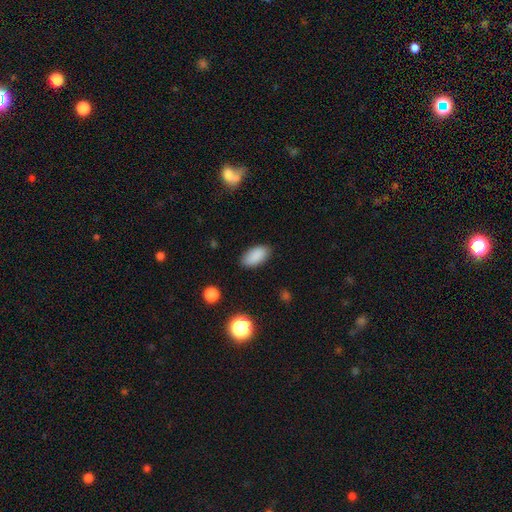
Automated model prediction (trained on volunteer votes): A smooth galaxy with no disk features (88%) that is in between round and cigar-shaped (93%).

Vote fractions:
- Smooth or featured? smooth: 88% / star or artifact: 8% / featured or disk: 4%
- How rounded? in between: 93% / cigar-shaped: 4% / round: 3%
- Merging? none: 86% / minor disturbance: 10% / major disturbance: 3% / merger: 1%